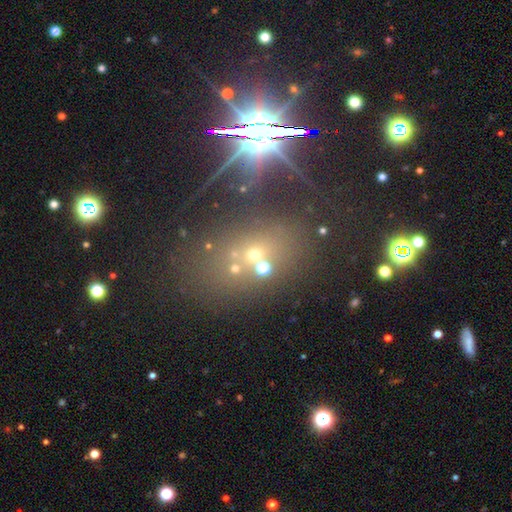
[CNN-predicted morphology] This is possibly a star or artifact rather than a galaxy (53%).